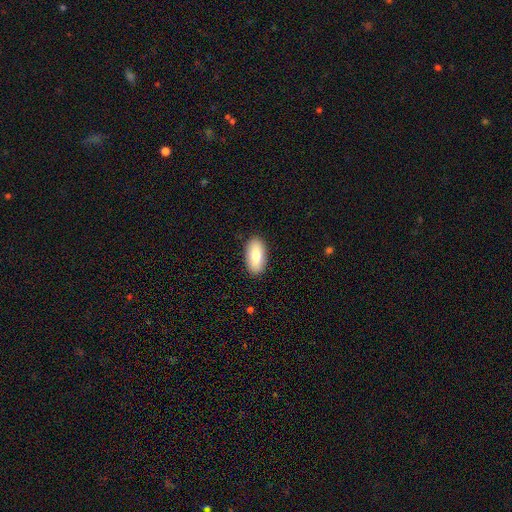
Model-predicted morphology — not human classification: Q: Smooth or featured?
A: smooth (79%); runner-up: featured or disk (15%)
Q: How rounded?
A: in between (92%); runner-up: cigar-shaped (5%)
Q: Merging?
A: none (89%); runner-up: minor disturbance (8%)